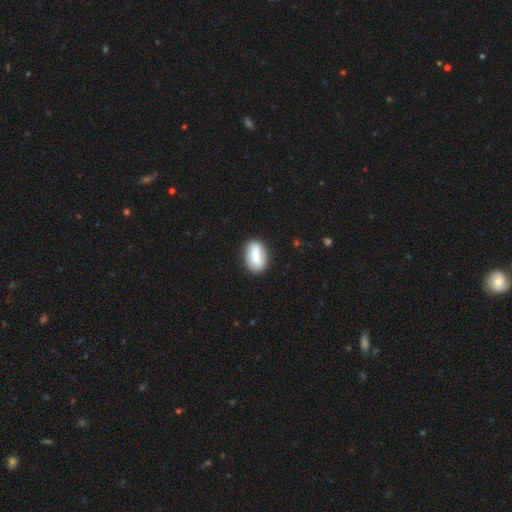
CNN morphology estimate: This is likely a smooth galaxy (65%). How rounded: clearly in between (86%). Merging: clearly none (84%).